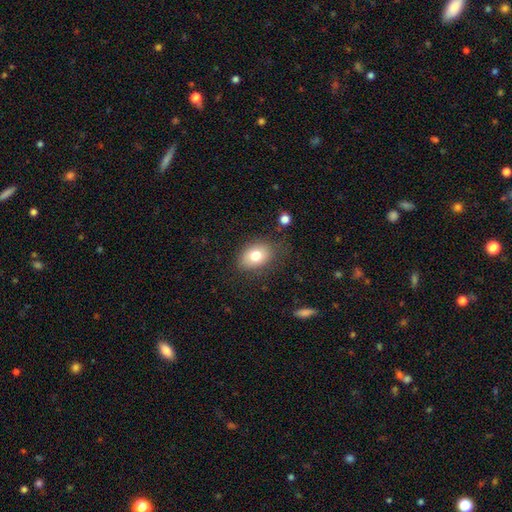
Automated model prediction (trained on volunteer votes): smooth-or-featured: smooth: 76% | featured or disk: 14% | star or artifact: 9%
  how-rounded: in between: 77% | round: 22% | cigar-shaped: 1%
  merging: none: 77% | minor disturbance: 16% | major disturbance: 5% | merger: 2%